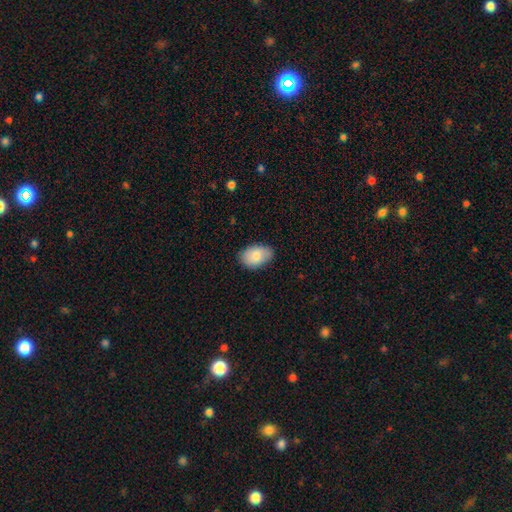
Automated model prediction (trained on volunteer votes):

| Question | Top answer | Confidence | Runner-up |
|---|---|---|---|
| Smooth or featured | smooth | 83% | featured or disk (11%) |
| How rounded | in between | 88% | round (11%) |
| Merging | none | 81% | minor disturbance (15%) |